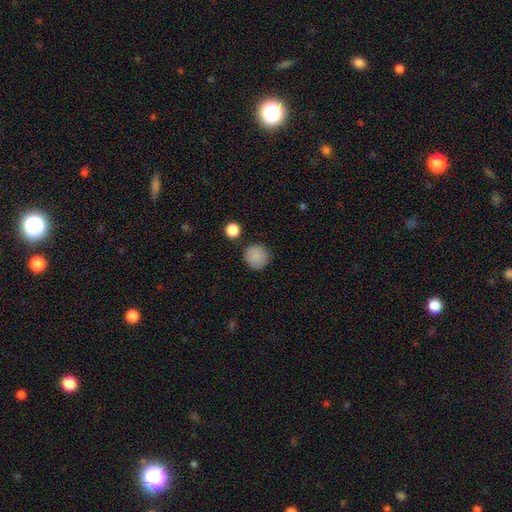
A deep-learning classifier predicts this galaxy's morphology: This appears to be a smooth galaxy with no disk features (87%) that is round (92%). Merging: none (86%).